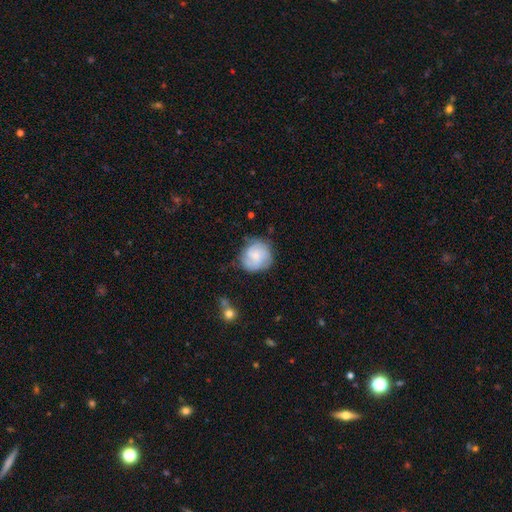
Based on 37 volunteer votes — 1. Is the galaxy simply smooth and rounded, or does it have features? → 70% featured or disk, 24% smooth, 5% star or artifact.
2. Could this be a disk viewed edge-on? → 100% no, 0% yes.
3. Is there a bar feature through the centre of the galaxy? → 81% no, 15% weak, 4% strong.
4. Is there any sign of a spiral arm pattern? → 96% yes, 4% no.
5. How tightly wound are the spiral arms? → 56% tight, 32% medium, 12% loose.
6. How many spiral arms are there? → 40% 3 (tied), 40% can't tell (tied), 20% 2, 0% 1, 0% 4, 0% more than 4.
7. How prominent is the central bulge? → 73% small, 15% moderate, 12% none, 0% dominant, 0% large.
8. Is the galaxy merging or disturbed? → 71% none, 26% minor disturbance, 3% major disturbance, 0% merger.